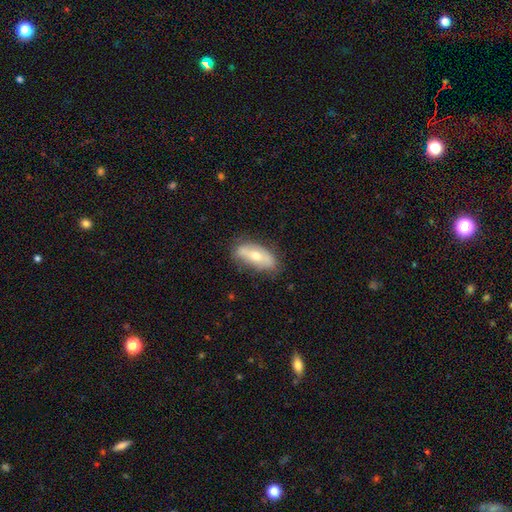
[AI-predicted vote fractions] Smooth or featured? Predicted: smooth (p=0.53). How rounded? Predicted: in between (p=0.80). Merging? Predicted: none (p=0.70).